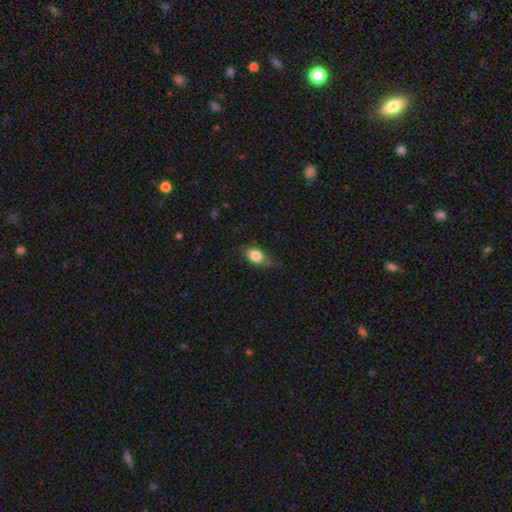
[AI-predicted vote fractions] A smooth galaxy with no disk features (81%) that is in between round and cigar-shaped (72%).

Vote fractions:
- Smooth or featured? smooth: 81% / featured or disk: 10% / star or artifact: 8%
- How rounded? in between: 72% / round: 24% / cigar-shaped: 4%
- Merging? none: 48% / minor disturbance: 37% / major disturbance: 13% / merger: 2%